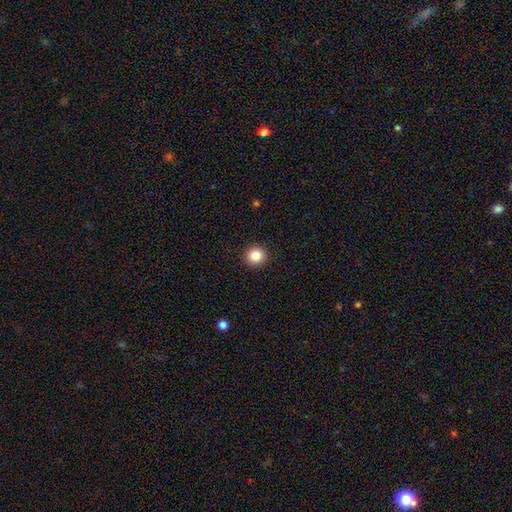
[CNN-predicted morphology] A smooth galaxy with no disk features (84%) that is round (90%).

Vote fractions:
- Smooth or featured? smooth: 84% / star or artifact: 11% / featured or disk: 6%
- How rounded? round: 90% / in between: 9% / cigar-shaped: 1%
- Merging? none: 92% / minor disturbance: 5% / major disturbance: 2% / merger: 1%